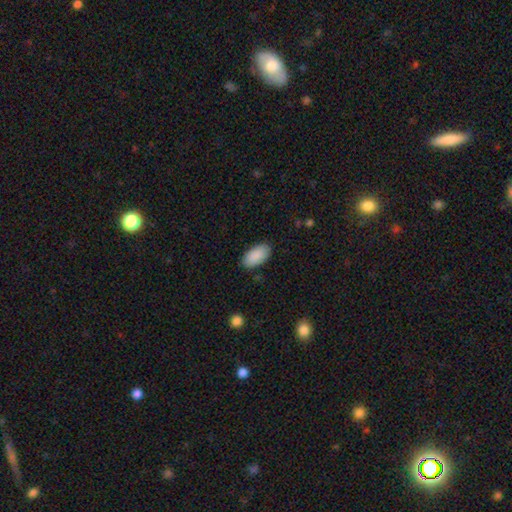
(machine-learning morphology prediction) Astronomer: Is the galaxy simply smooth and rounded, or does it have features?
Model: smooth — 91%.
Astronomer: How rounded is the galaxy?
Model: in between — 95%.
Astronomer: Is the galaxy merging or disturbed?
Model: none — 86%.